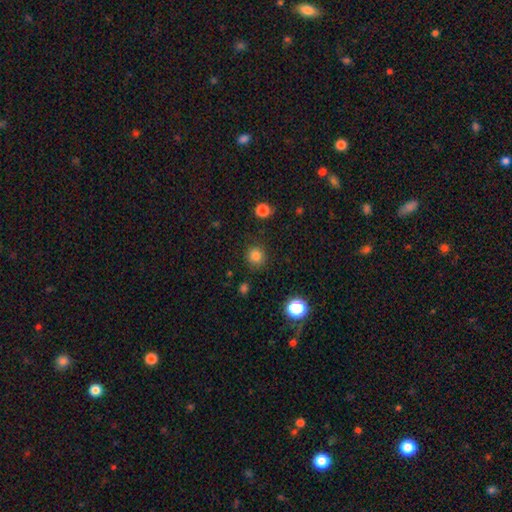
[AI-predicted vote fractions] Smooth or featured? smooth (82%)
How rounded? round (90%)
Merging? none (87%)